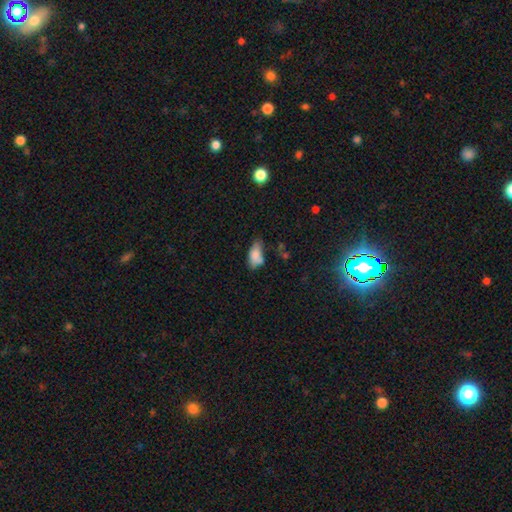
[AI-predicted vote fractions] A smooth galaxy with no disk features (78%) that is in between round and cigar-shaped (88%).

Vote fractions:
- Smooth or featured? smooth: 78% / featured or disk: 13% / star or artifact: 9%
- How rounded? in between: 88% / cigar-shaped: 8% / round: 4%
- Merging? none: 43% / minor disturbance: 31% / merger: 14% / major disturbance: 11%